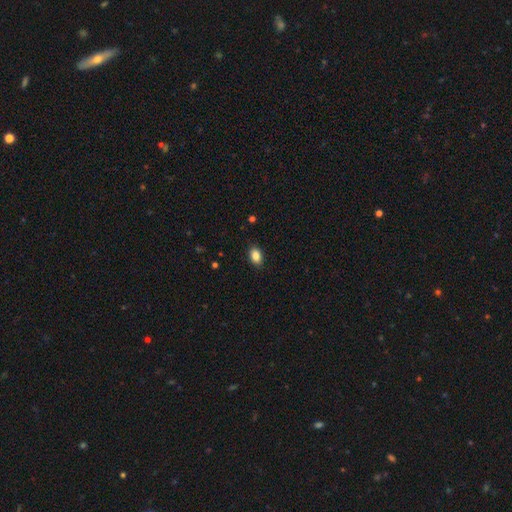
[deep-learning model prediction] Smooth or featured: smooth — 86% (star or artifact — 9%)
How rounded: in between — 86% (round — 13%)
Merging: none — 89% (minor disturbance — 8%)